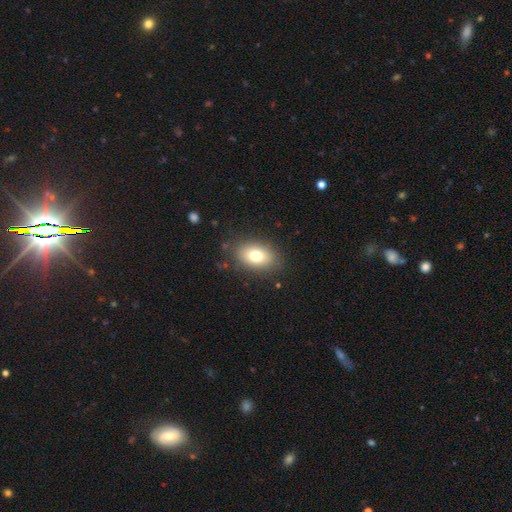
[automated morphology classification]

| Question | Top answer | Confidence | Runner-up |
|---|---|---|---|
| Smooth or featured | smooth | 77% | featured or disk (14%) |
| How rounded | in between | 85% | round (14%) |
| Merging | none | 84% | minor disturbance (11%) |